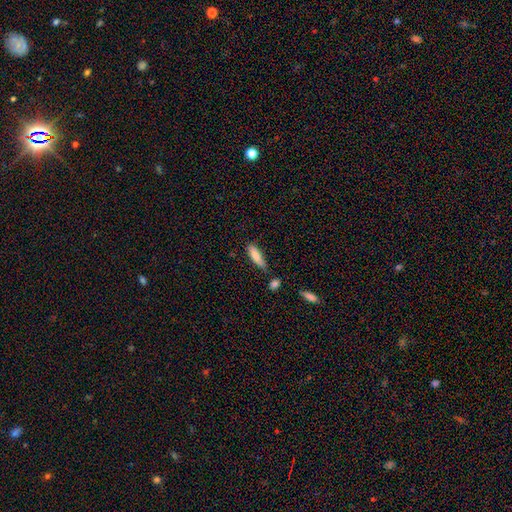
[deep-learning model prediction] Q: Smooth or featured?
A: smooth (80%); runner-up: featured or disk (13%)
Q: How rounded?
A: cigar-shaped (59%); runner-up: in between (39%)
Q: Merging?
A: none (67%); runner-up: minor disturbance (23%)